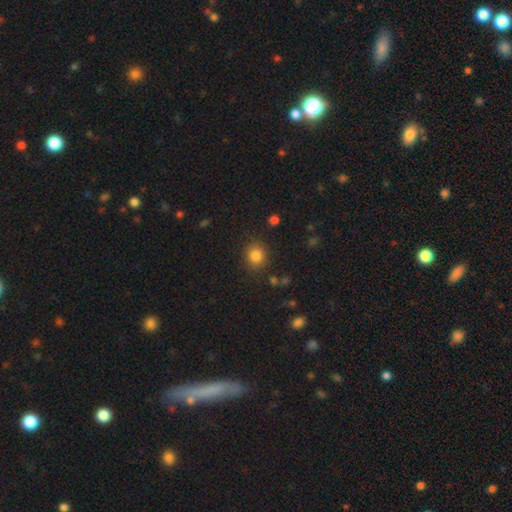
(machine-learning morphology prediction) This appears to be a smooth galaxy with no disk features (83%) that is round (82%). Merging: none (86%).